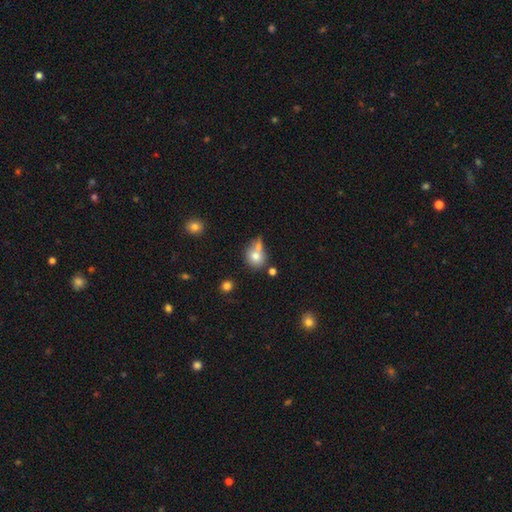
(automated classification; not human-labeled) smooth 74%, featured or disk 15%, star or artifact 11%. Down the decision tree: how rounded — round (68%); merging — none (40%).